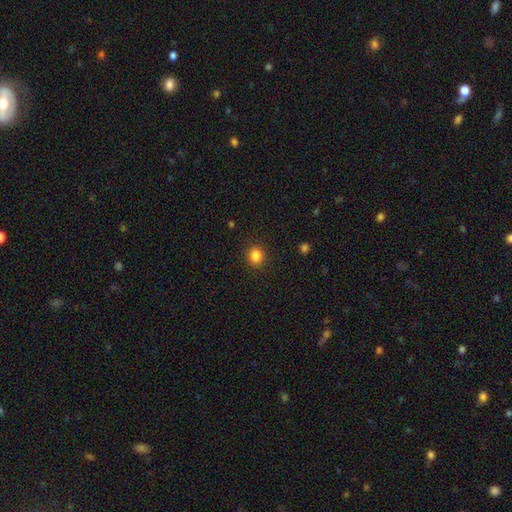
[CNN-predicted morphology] Q: Smooth or featured?
A: smooth (84%); runner-up: star or artifact (12%)
Q: How rounded?
A: round (81%); runner-up: in between (18%)
Q: Merging?
A: none (91%); runner-up: minor disturbance (6%)